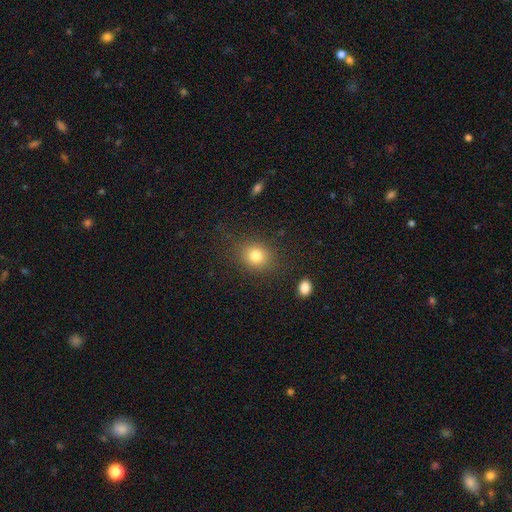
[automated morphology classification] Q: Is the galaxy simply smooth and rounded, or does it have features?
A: smooth — 81%.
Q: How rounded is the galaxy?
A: round — 68%.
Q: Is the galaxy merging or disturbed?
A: none — 81%.